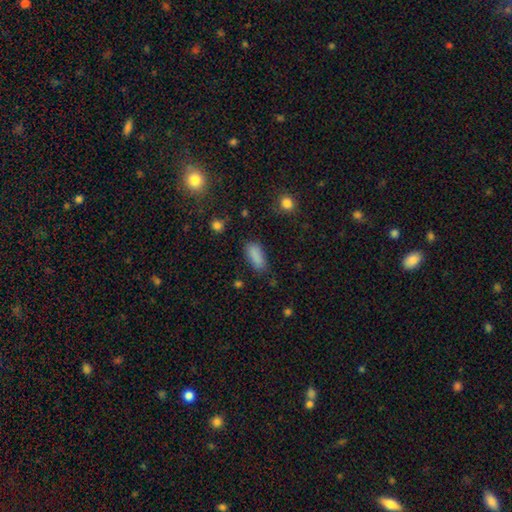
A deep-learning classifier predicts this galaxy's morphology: This appears to be a smooth galaxy with no disk features (86%) that is in between round and cigar-shaped (80%). Merging: none (74%).